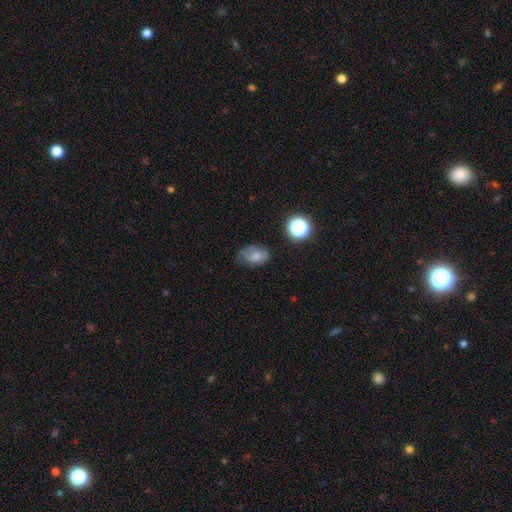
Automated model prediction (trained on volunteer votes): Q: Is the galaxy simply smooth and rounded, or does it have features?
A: smooth — 72%.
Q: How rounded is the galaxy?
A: in between — 81%.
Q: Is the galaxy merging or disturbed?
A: none — 59%.